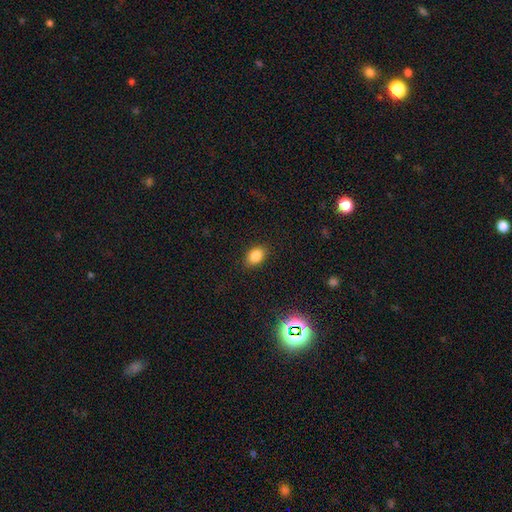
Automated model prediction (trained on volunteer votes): Overall: smooth (83%). How rounded: in between (79%). Merging: none (88%).